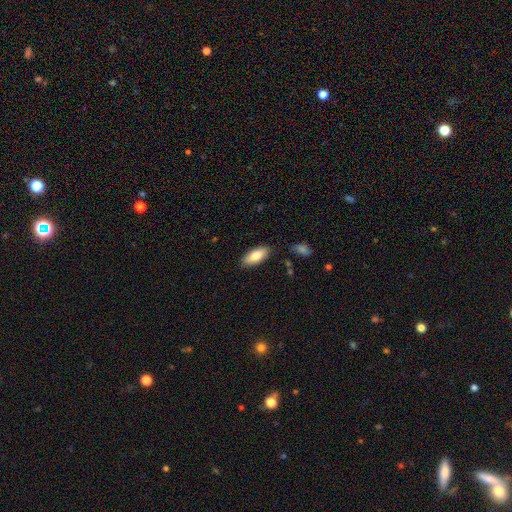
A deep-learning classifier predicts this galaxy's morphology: A smooth galaxy with no disk features (78%) that is in between round and cigar-shaped (84%). Merging: none (86%).